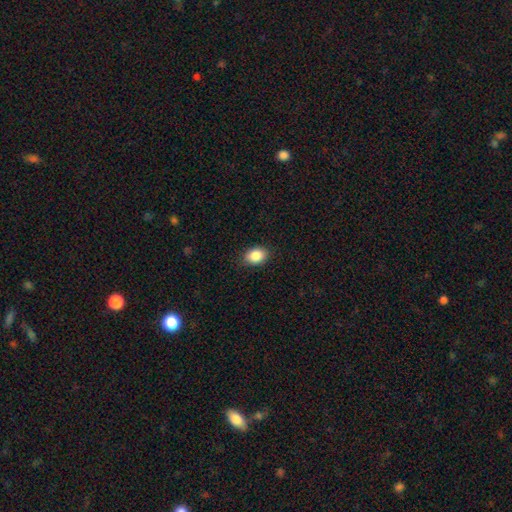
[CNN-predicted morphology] This appears to be a smooth galaxy with no disk features (87%) that is in between round and cigar-shaped (73%). Merging: none (88%).